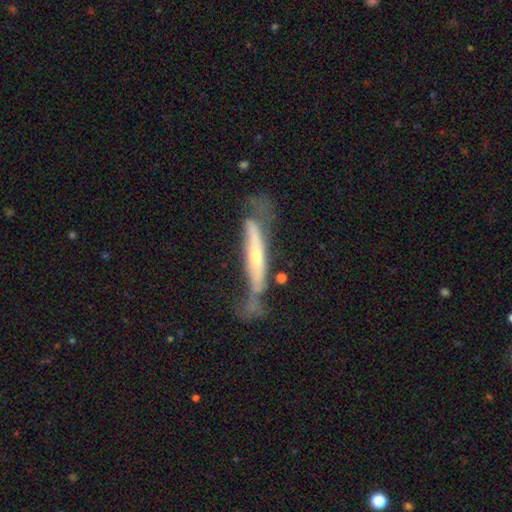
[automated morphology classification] This appears to be a featured or disk galaxy (65%) viewed edge-on (73%). Merging: none (38%).